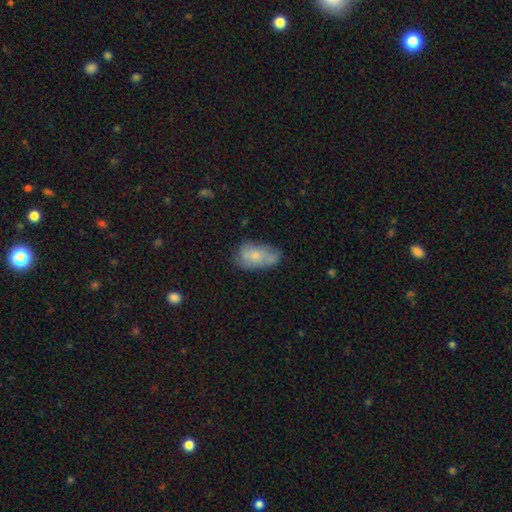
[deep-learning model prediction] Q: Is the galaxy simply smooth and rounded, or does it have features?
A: smooth — 62%.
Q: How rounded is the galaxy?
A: in between — 91%.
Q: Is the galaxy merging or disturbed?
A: none — 51%.